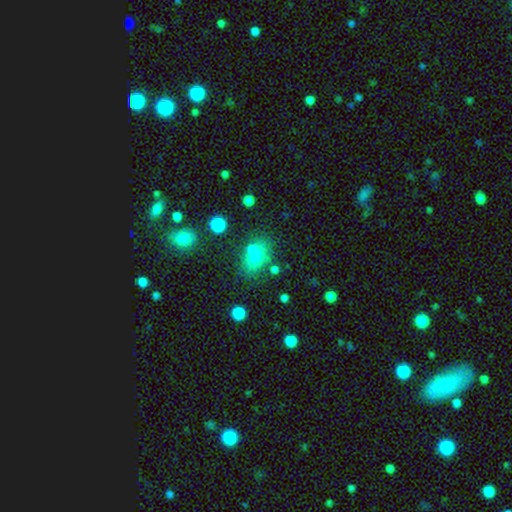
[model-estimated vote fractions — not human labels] Morphology: type=smooth (69%); roundness=in between (70%); merging=none (52%).